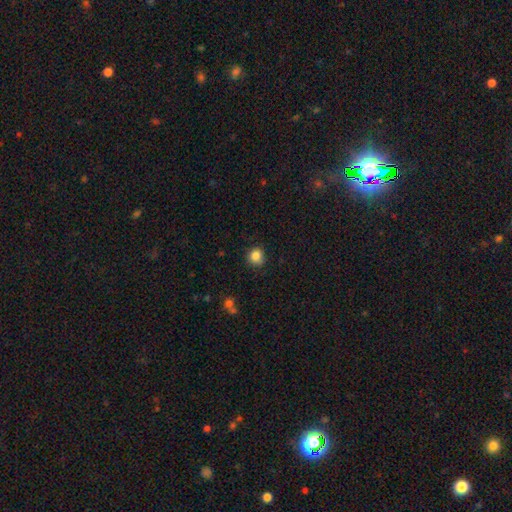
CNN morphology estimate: This is clearly a smooth galaxy (85%). How rounded: clearly round (88%). Merging: clearly none (81%).